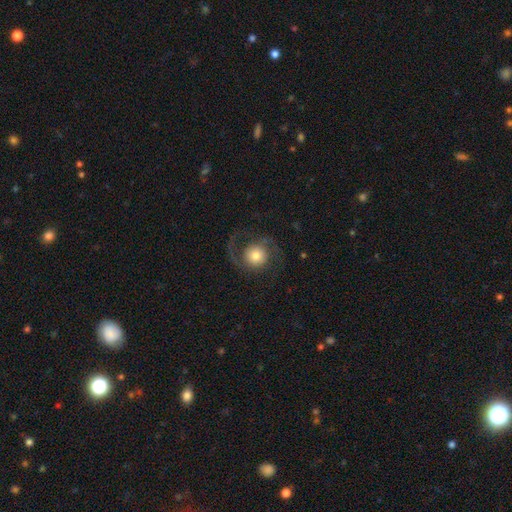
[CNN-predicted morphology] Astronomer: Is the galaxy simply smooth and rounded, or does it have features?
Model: featured or disk — 70%.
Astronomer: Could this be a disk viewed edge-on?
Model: no — 97%.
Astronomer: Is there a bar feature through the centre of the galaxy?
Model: no — 75%.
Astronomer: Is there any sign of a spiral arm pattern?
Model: yes — 94%.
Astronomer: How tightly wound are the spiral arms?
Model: medium — 47% (runner-up: loose, 39%).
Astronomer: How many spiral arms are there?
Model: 2 — 90%.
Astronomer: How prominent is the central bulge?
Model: moderate — 45% (runner-up: large, 28%).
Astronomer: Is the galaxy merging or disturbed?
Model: none — 72%.